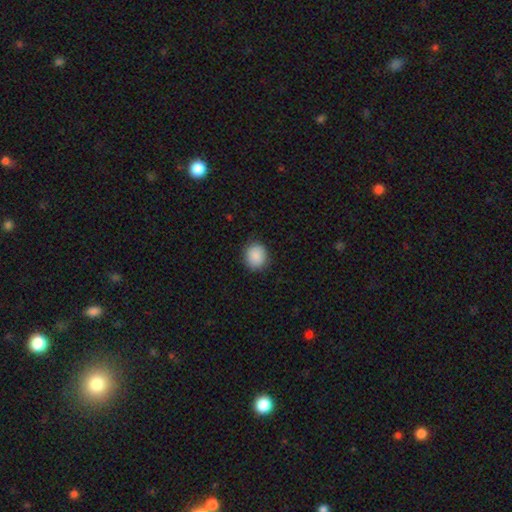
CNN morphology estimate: A smooth galaxy with no disk features (89%) that is round (78%). Merging: none (88%).